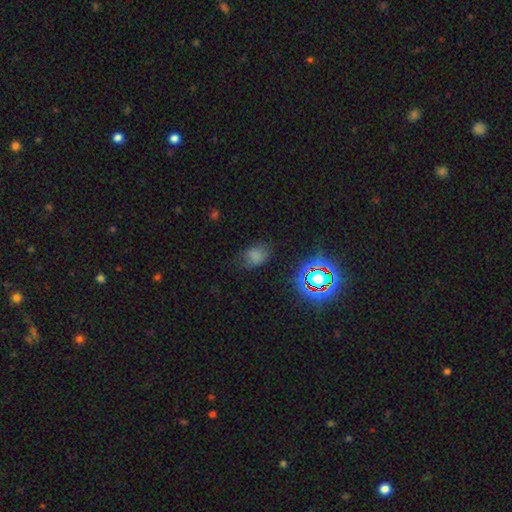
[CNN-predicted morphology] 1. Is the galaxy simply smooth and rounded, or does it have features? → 67% smooth, 24% star or artifact, 9% featured or disk.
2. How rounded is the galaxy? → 64% in between, 34% round, 1% cigar-shaped.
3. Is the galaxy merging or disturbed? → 65% none, 24% minor disturbance, 9% major disturbance, 2% merger.